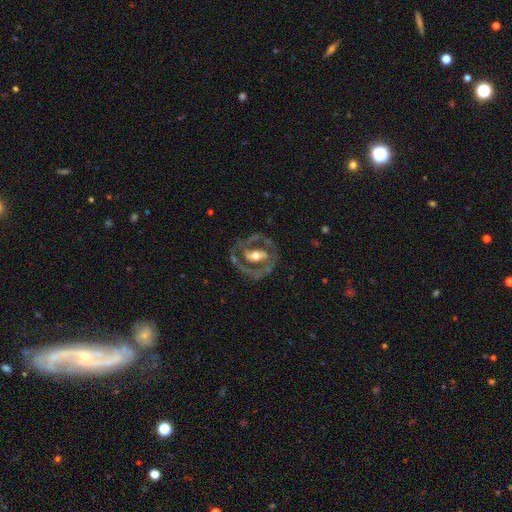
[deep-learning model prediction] This is likely a featured or disk galaxy (77%). It is clearly not viewed edge-on (93%). Bar: marginally no (42%). Spiral arm pattern: likely yes (66%). Central bulge: likely moderate (66%). Merging: likely none (72%).